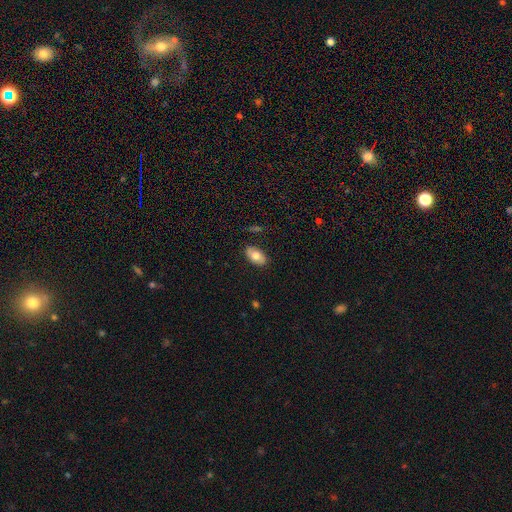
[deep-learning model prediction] Overall: smooth (72%). How rounded: in between (93%). Merging: none (84%).